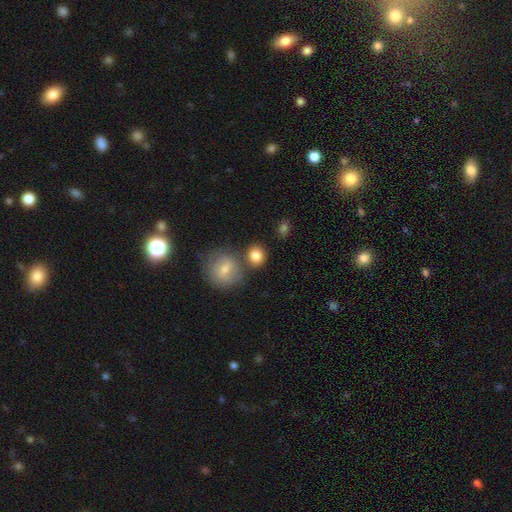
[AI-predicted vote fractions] Smooth or featured?
  - smooth: 83% *
  - featured or disk: 9%
  - star or artifact: 8%
How rounded?
  - round: 77% *
  - in between: 22%
  - cigar-shaped: 1%
Merging?
  - none: 67% *
  - merger: 18%
  - minor disturbance: 11%
  - major disturbance: 4%